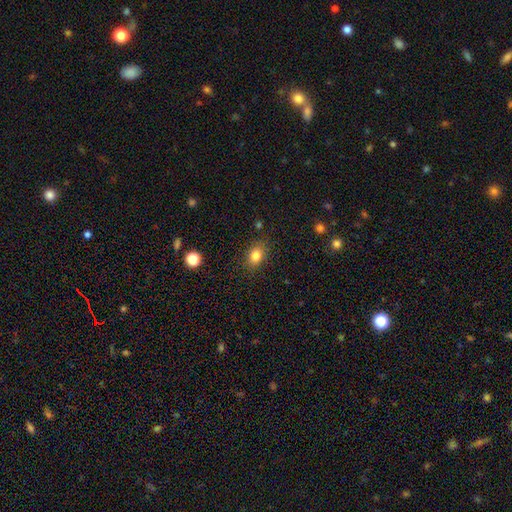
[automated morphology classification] smooth 82%, star or artifact 11%, featured or disk 7%. Down the decision tree: how rounded — in between (68%); merging — none (85%).